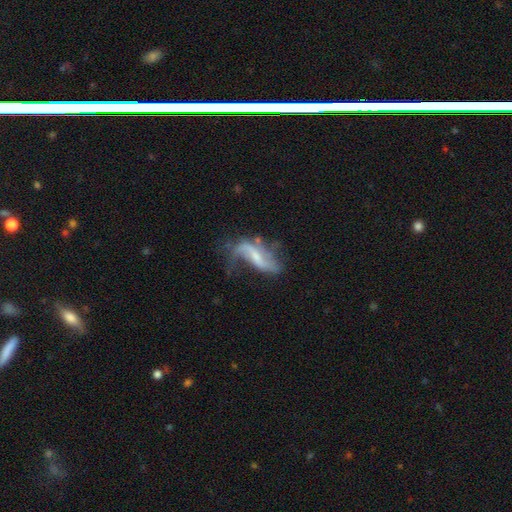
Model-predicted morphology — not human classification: type=featured or disk (76%); edge-on=no (91%); bar=weak (42%); spiral arms=yes (85%); winding=loose (83%); arm count=2 (79%); bulge=small (52%); merging=none (38%).